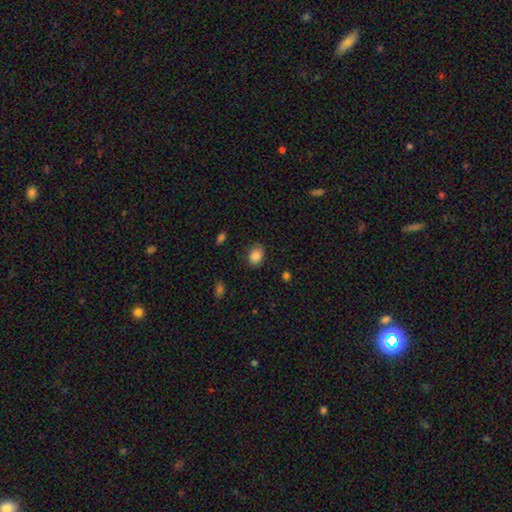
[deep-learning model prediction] This appears to be a smooth galaxy with no disk features (86%) that is in between round and cigar-shaped (57%). Merging: none (78%).